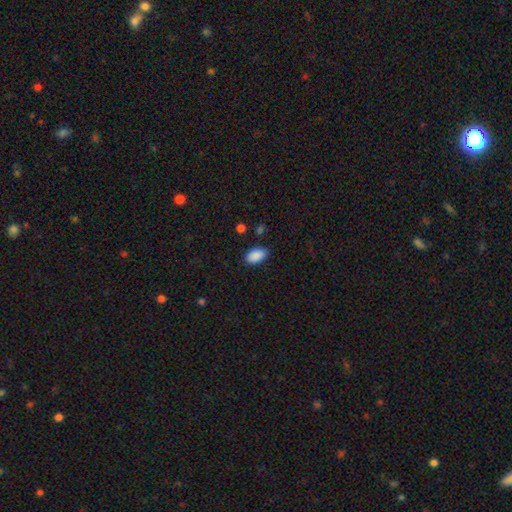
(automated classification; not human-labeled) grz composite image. It shows a smooth galaxy with no disk features (89%) that is in between round and cigar-shaped (94%). Merging: none (82%).